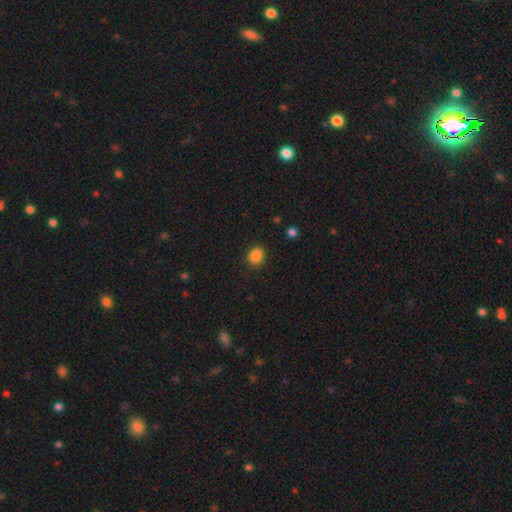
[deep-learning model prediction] This is clearly a smooth galaxy (86%). How rounded: possibly in between (55%). Merging: clearly none (83%).